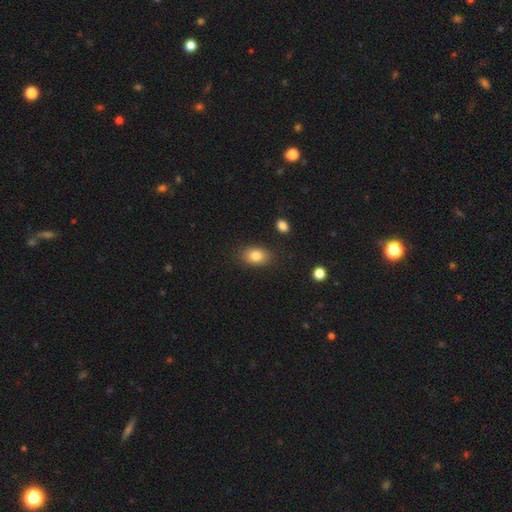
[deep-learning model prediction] Smooth or featured? Predicted: smooth (p=0.83). How rounded? Predicted: in between (p=0.81). Merging? Predicted: none (p=0.85).